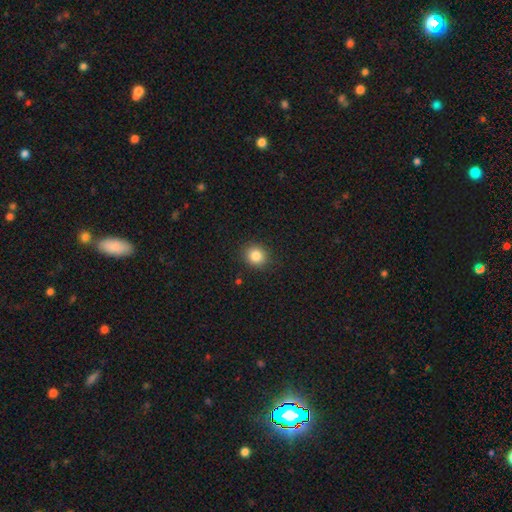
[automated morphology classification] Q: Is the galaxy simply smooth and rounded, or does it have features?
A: smooth — 84%.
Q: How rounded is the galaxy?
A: round — 81%.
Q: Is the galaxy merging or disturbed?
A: none — 89%.